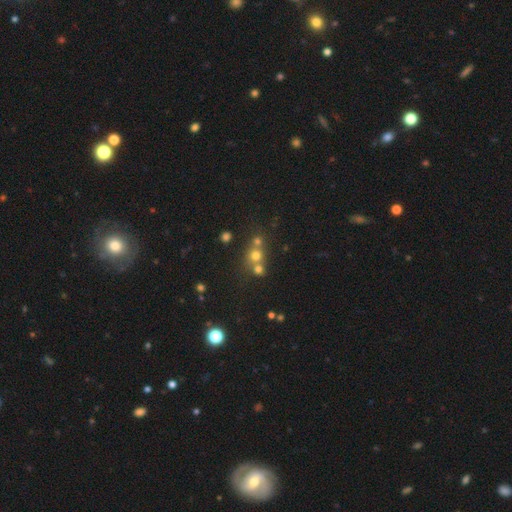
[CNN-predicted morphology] This is likely a smooth galaxy (66%). How rounded: clearly round (85%). Merging: possibly none (46%).